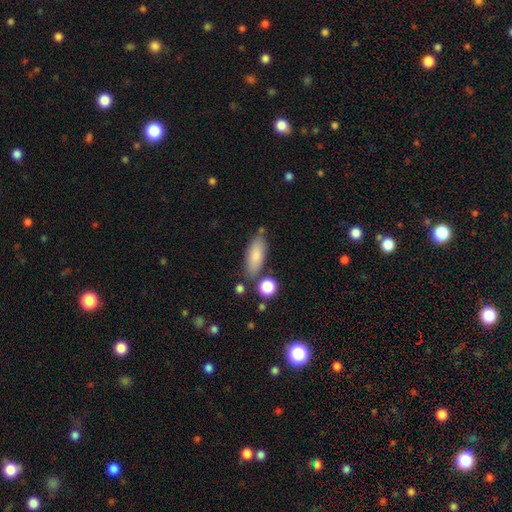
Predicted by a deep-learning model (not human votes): A smooth galaxy with no disk features (81%) that is in between round and cigar-shaped (74%).

Vote fractions:
- Smooth or featured? smooth: 81% / featured or disk: 12% / star or artifact: 7%
- How rounded? in between: 74% / cigar-shaped: 24% / round: 3%
- Merging? none: 73% / minor disturbance: 15% / merger: 8% / major disturbance: 4%